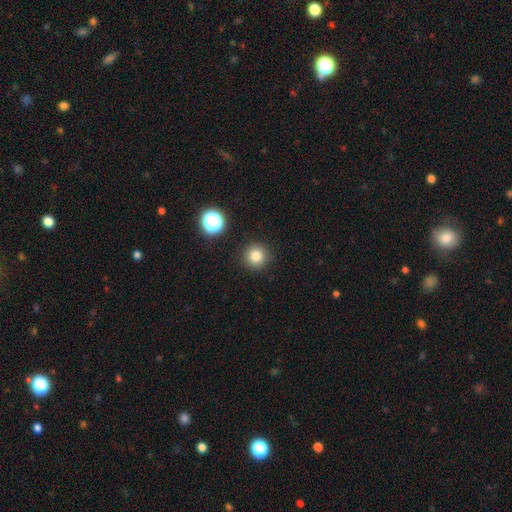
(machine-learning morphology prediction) type=smooth (80%); roundness=round (95%); merging=none (90%).